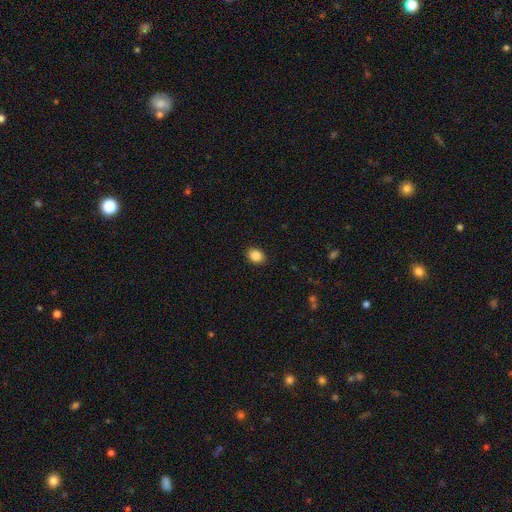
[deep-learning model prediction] Q: Smooth or featured?
A: smooth (86%); runner-up: star or artifact (9%)
Q: How rounded?
A: in between (56%); runner-up: round (43%)
Q: Merging?
A: none (90%); runner-up: minor disturbance (7%)